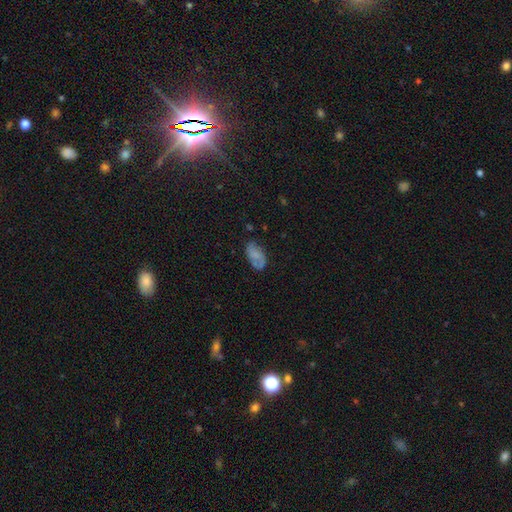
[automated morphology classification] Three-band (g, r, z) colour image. It shows a smooth galaxy with no disk features (56%) that is in between round and cigar-shaped (93%). Merging: none (66%).